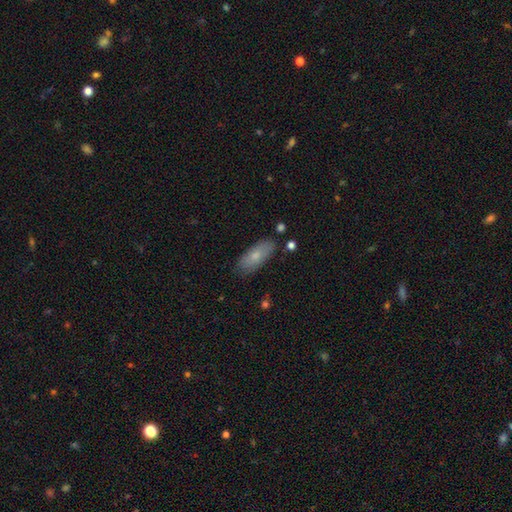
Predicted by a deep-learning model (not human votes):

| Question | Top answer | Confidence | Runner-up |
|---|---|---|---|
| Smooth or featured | smooth | 74% | featured or disk (19%) |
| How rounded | in between | 77% | cigar-shaped (21%) |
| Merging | none | 80% | minor disturbance (14%) |